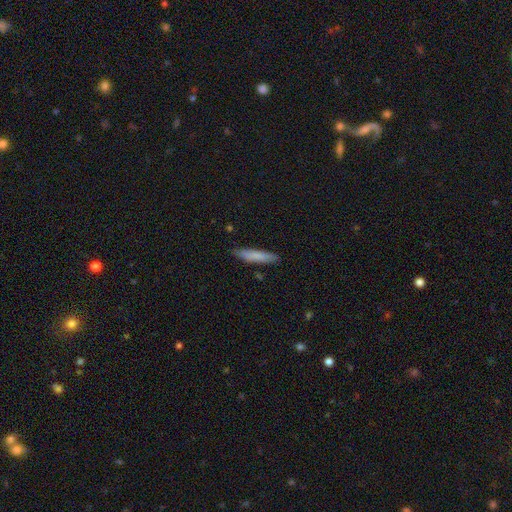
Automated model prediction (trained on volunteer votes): Smooth or featured?
  - smooth: 80% *
  - featured or disk: 14%
  - star or artifact: 6%
How rounded?
  - cigar-shaped: 87% *
  - in between: 12%
  - round: 1%
Merging?
  - none: 84% *
  - minor disturbance: 12%
  - major disturbance: 2%
  - merger: 2%